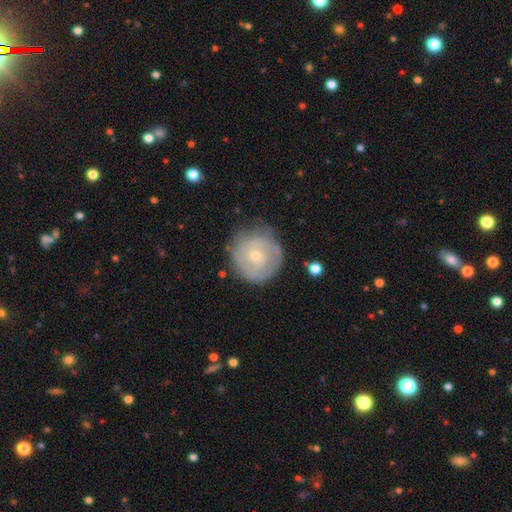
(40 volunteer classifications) This is possibly a featured or disk galaxy (52%). It is clearly not viewed edge-on (90%). Bar: clearly no (84%). Spiral arm pattern: possibly no (53%). Central bulge: likely small (63%). Merging: clearly none (81%).